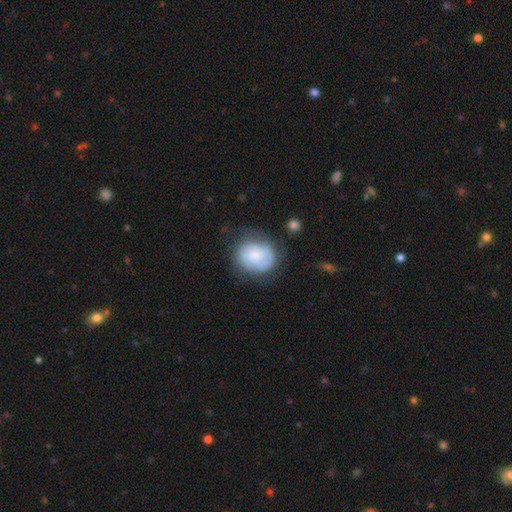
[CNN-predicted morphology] smooth 59%, featured or disk 33%, star or artifact 8%. Down the decision tree: how rounded — round (74%); merging — none (60%).